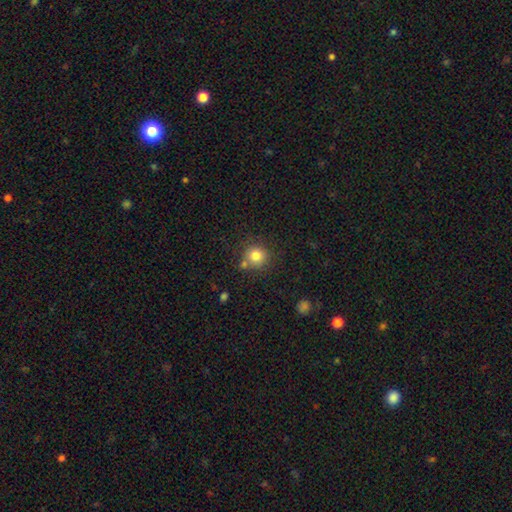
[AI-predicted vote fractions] Q: Smooth or featured?
A: smooth (81%); runner-up: star or artifact (12%)
Q: How rounded?
A: round (92%); runner-up: in between (7%)
Q: Merging?
A: none (73%); runner-up: merger (13%)